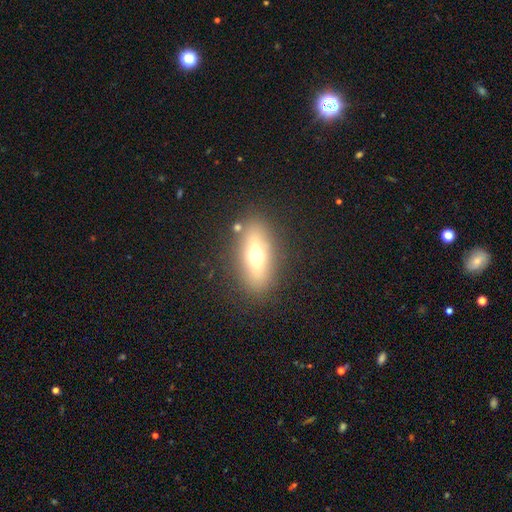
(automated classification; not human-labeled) Morphology: type=smooth (54%); roundness=in between (61%); merging=none (84%).